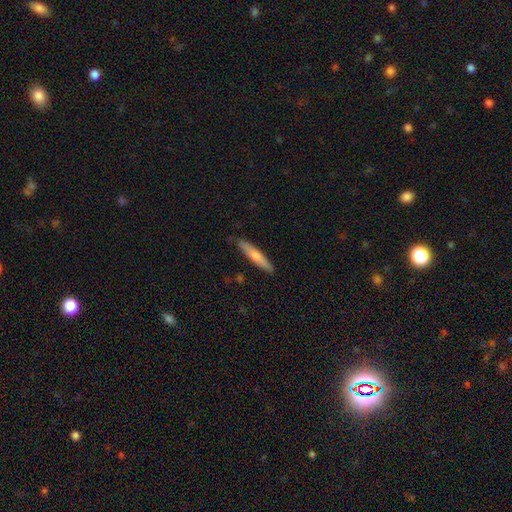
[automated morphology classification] Smooth or featured? Predicted: smooth (p=0.65). How rounded? Predicted: cigar-shaped (p=0.91). Merging? Predicted: none (p=0.86).